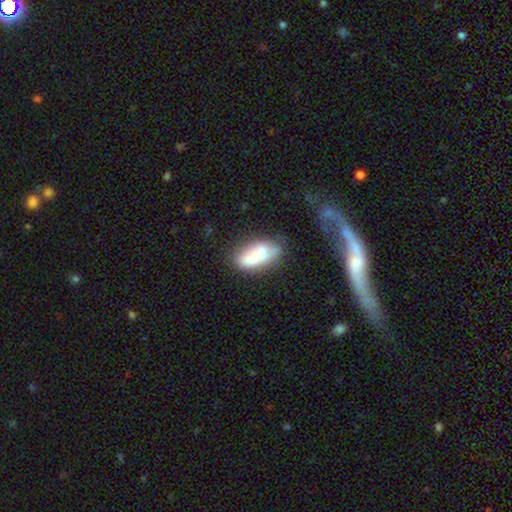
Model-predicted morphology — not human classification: This is likely a smooth galaxy (68%). How rounded: likely in between (78%). Merging: possibly none (48%).